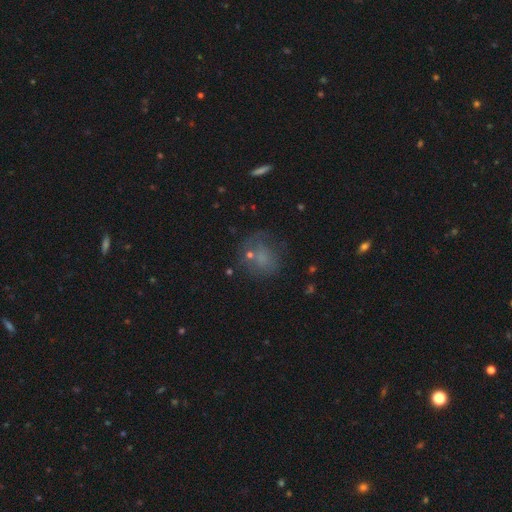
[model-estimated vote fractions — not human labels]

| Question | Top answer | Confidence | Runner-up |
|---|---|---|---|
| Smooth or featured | smooth | 56% | featured or disk (24%) |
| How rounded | round | 69% | in between (29%) |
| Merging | none | 55% | minor disturbance (20%) |